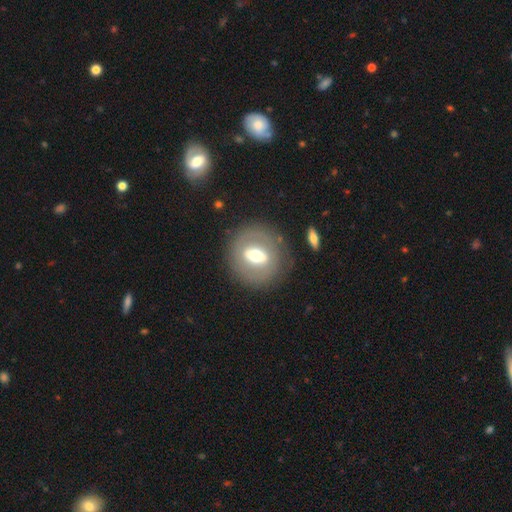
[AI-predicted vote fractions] Smooth or featured?
  - featured or disk: 56% *
  - smooth: 37%
  - star or artifact: 7%
Edge-on disk?
  - no: 87% *
  - yes: 13%
Merging?
  - none: 80% *
  - minor disturbance: 11%
  - major disturbance: 6%
  - merger: 3%